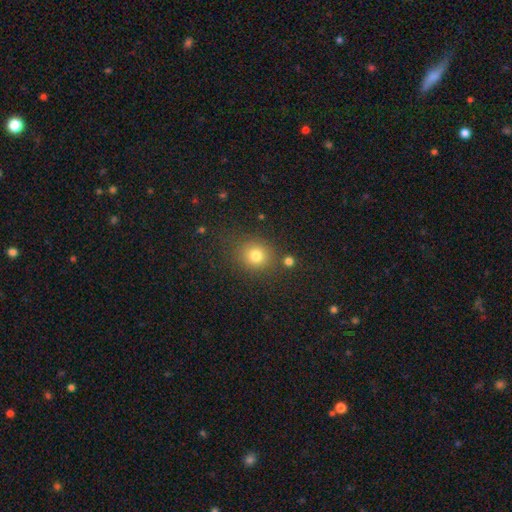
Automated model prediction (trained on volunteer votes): Q: Smooth or featured?
A: smooth (79%); runner-up: star or artifact (14%)
Q: How rounded?
A: round (86%); runner-up: in between (13%)
Q: Merging?
A: none (81%); runner-up: minor disturbance (10%)